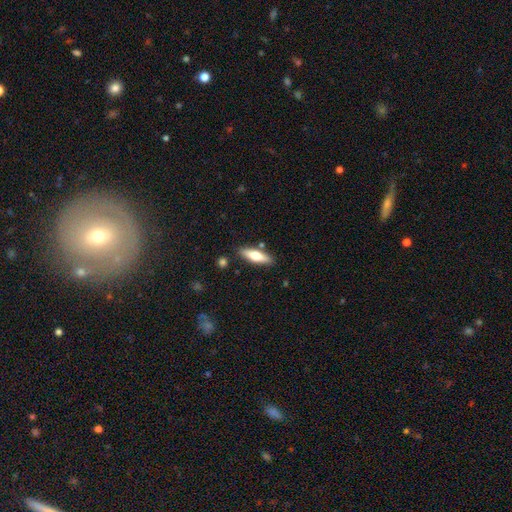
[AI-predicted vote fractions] This appears to be a smooth galaxy with no disk features (59%) that is cigar-shaped (53%). Merging: none (84%).